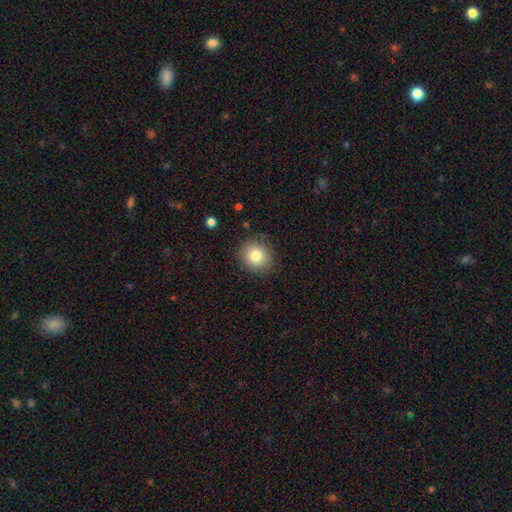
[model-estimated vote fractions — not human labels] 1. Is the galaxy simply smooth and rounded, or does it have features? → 81% smooth, 10% star or artifact, 9% featured or disk.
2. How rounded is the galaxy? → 82% round, 17% in between, 1% cigar-shaped.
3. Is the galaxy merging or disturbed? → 85% none, 11% minor disturbance, 3% major disturbance, 1% merger.